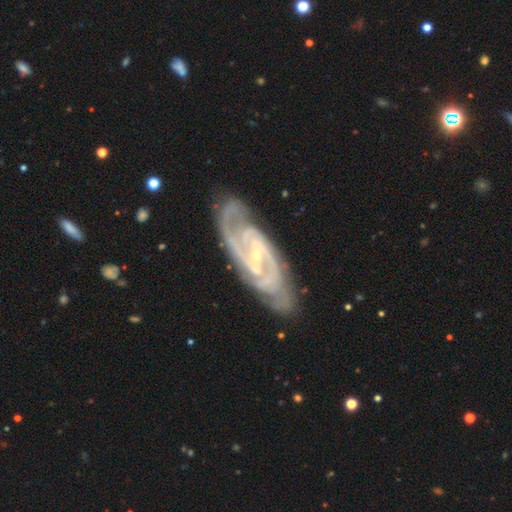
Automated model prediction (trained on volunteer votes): Morphology: type=featured or disk (91%); edge-on=no (93%); bar=weak (42%); spiral arms=yes (98%); winding=medium (46%); arm count=2 (71%); bulge=small (80%); merging=none (79%).